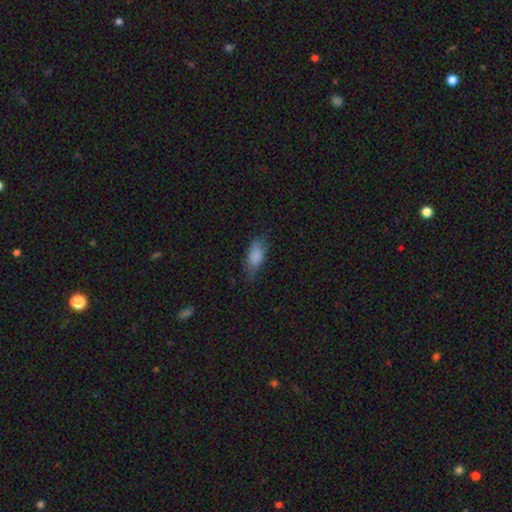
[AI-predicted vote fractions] Smooth or featured: smooth — 82% (featured or disk — 10%)
How rounded: in between — 87% (cigar-shaped — 10%)
Merging: none — 63% (minor disturbance — 28%)